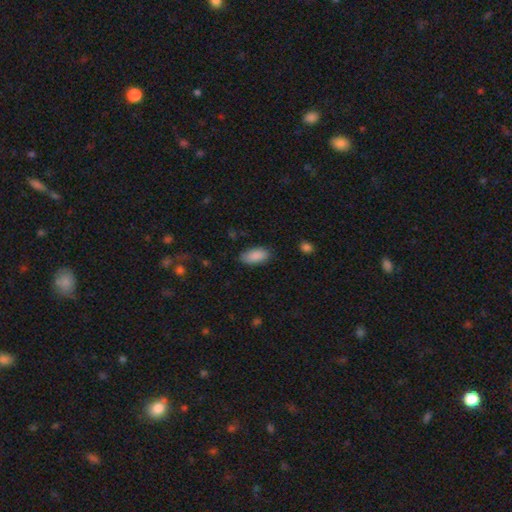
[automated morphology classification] The model was most divided on "merging": none: 83%, minor disturbance: 13%, major disturbance: 3%, merger: 1%. More confident: how rounded — in between (91%); smooth or featured — smooth (89%).